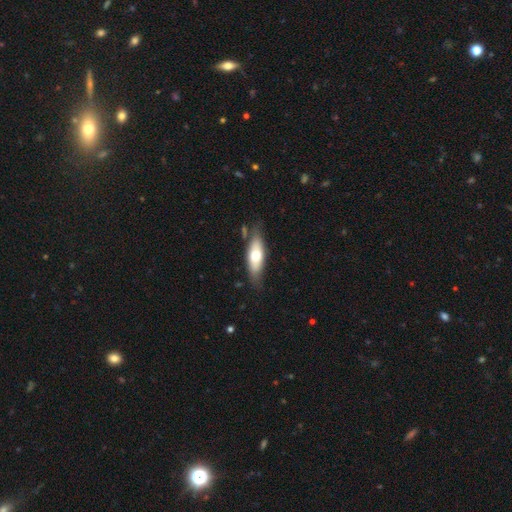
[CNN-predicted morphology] smooth-or-featured: smooth: 59% | featured or disk: 35% | star or artifact: 6%
  how-rounded: in between: 61% | cigar-shaped: 36% | round: 2%
  merging: none: 72% | minor disturbance: 19% | major disturbance: 5% | merger: 4%